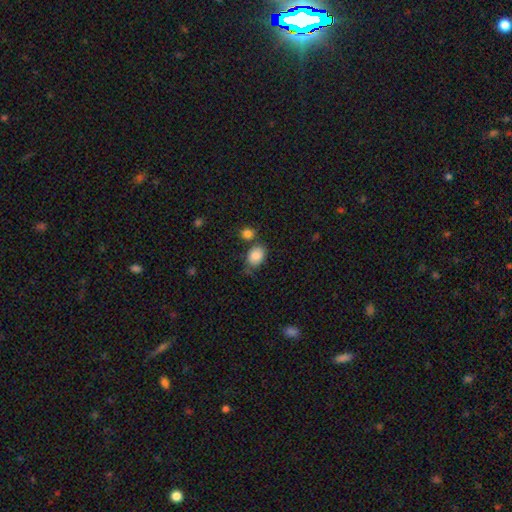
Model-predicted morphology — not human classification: This appears to be a smooth galaxy with no disk features (85%) that is in between round and cigar-shaped (70%). Merging: none (63%).